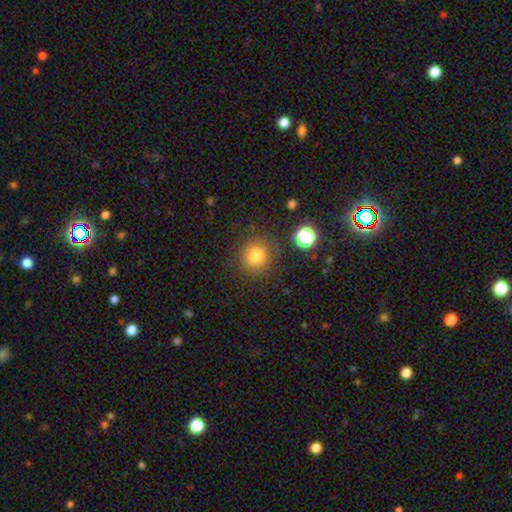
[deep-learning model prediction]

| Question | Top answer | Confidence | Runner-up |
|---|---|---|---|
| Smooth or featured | smooth | 81% | star or artifact (13%) |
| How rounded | round | 89% | in between (10%) |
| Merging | none | 85% | minor disturbance (9%) |